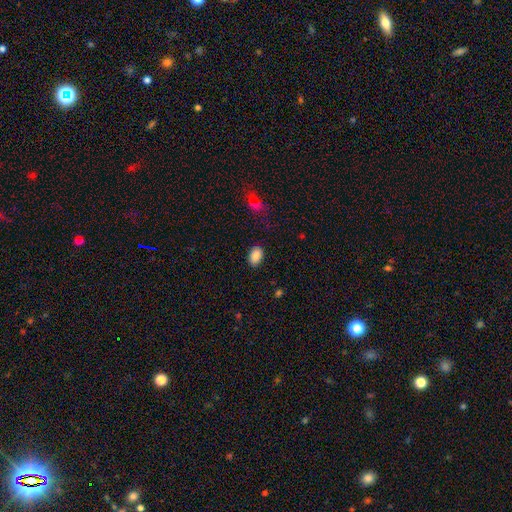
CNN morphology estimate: Smooth or featured? Predicted: smooth (p=0.89). How rounded? Predicted: in between (p=0.91). Merging? Predicted: none (p=0.85).